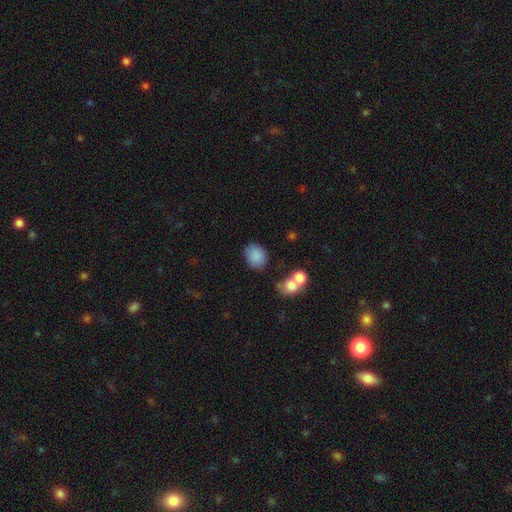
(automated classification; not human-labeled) Morphology: type=smooth (86%); roundness=in between (50%); merging=none (72%).